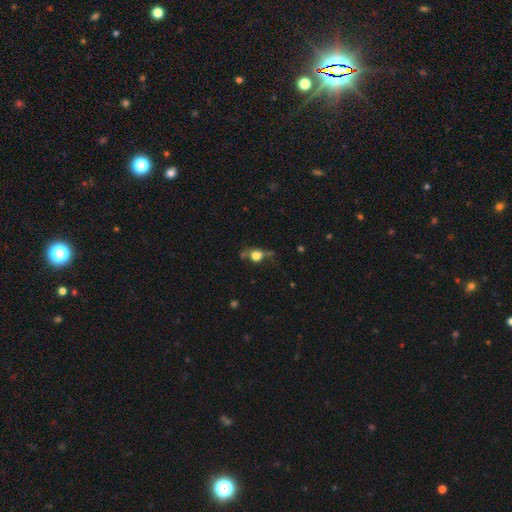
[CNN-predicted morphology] Smooth or featured? Predicted: smooth (p=0.62). How rounded? Predicted: round (p=0.67). Merging? Predicted: none (p=0.49).